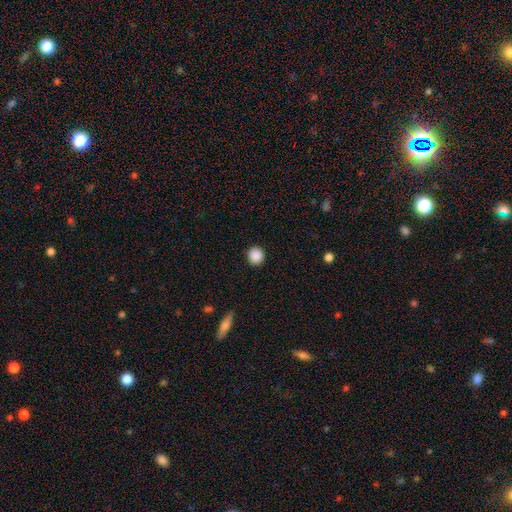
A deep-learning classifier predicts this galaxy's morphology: This appears to be a smooth galaxy with no disk features (89%) that is round (91%). Merging: none (91%).